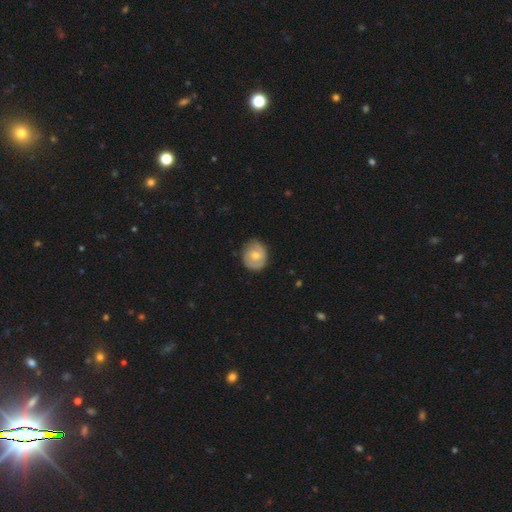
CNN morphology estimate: This appears to be a featured or disk galaxy (47%, tied with smooth). Merging: none (77%).